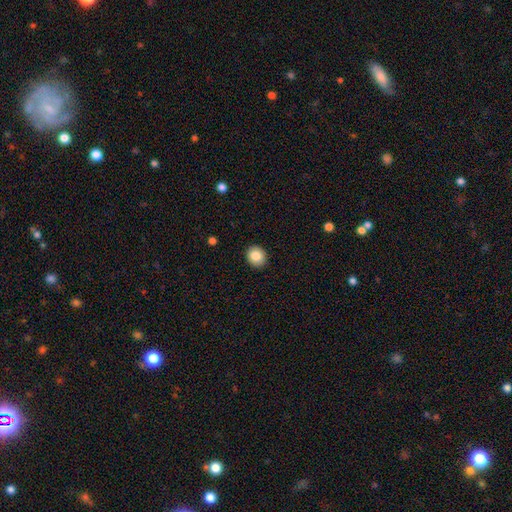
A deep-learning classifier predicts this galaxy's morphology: Smooth or featured: smooth — 85% (star or artifact — 8%)
How rounded: round — 72% (in between — 27%)
Merging: none — 91% (minor disturbance — 6%)